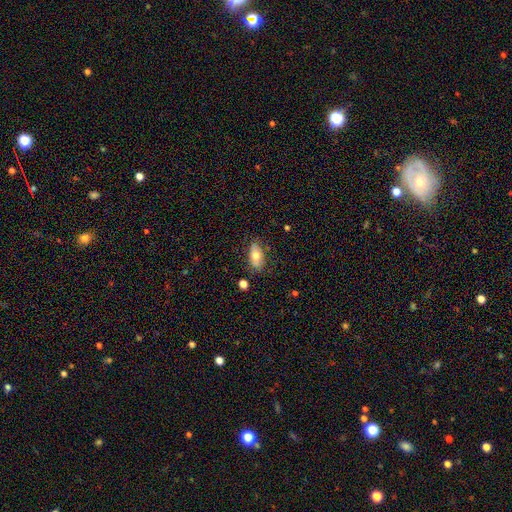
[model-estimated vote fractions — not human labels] A smooth galaxy with no disk features (67%) that is in between round and cigar-shaped (89%). Merging: none (76%).